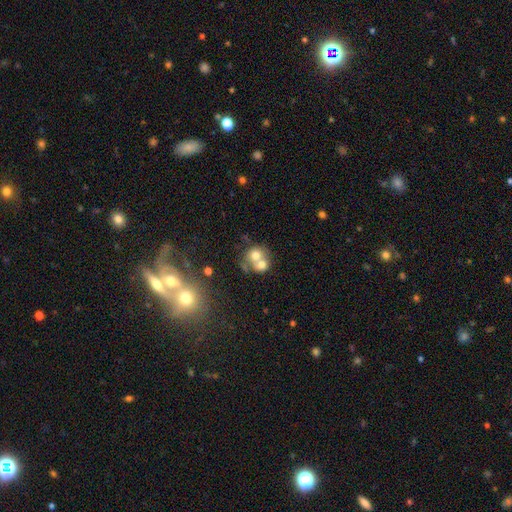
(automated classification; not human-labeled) Smooth or featured: smooth — 64% (featured or disk — 25%)
How rounded: round — 76% (in between — 23%)
Merging: merger — 62% (none — 26%)